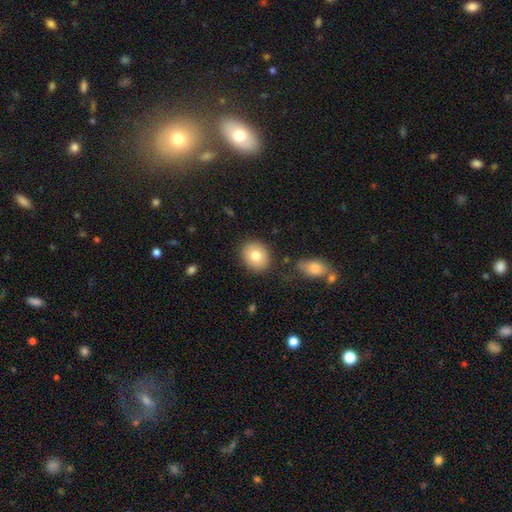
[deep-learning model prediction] smooth_or_featured: smooth (p=0.79) [alt: featured or disk p=0.12]
how_rounded: round (p=0.69) [alt: in between p=0.30]
merging: none (p=0.85) [alt: minor disturbance p=0.09]